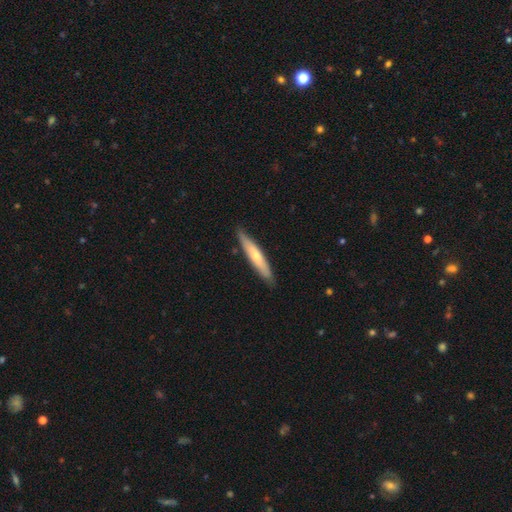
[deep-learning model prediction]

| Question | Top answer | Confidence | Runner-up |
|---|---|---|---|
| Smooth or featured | smooth | 54% | featured or disk (40%) |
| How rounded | cigar-shaped | 90% | in between (9%) |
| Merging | none | 87% | minor disturbance (10%) |